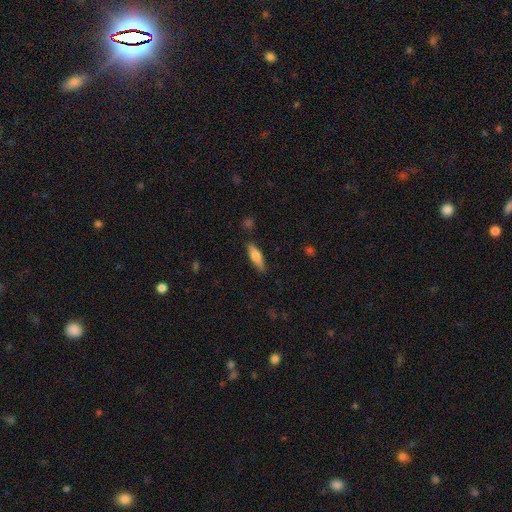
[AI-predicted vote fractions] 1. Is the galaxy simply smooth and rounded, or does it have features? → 69% smooth, 25% featured or disk, 6% star or artifact.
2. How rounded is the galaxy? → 57% cigar-shaped, 41% in between, 2% round.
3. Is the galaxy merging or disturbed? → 84% none, 12% minor disturbance, 2% major disturbance, 2% merger.